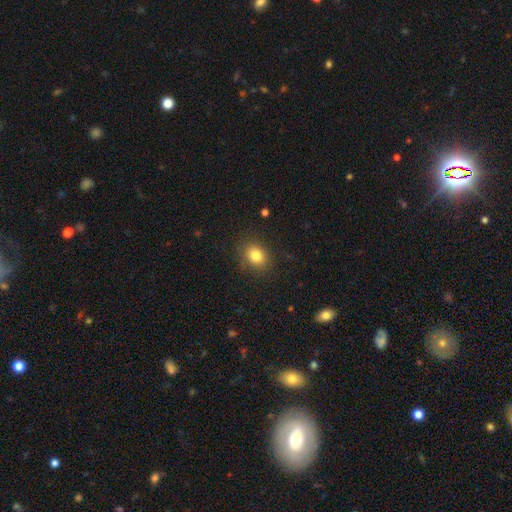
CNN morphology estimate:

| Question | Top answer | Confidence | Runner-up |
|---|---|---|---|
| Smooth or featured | smooth | 82% | star or artifact (11%) |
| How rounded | in between | 50% | round (48%) |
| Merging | none | 85% | minor disturbance (11%) |